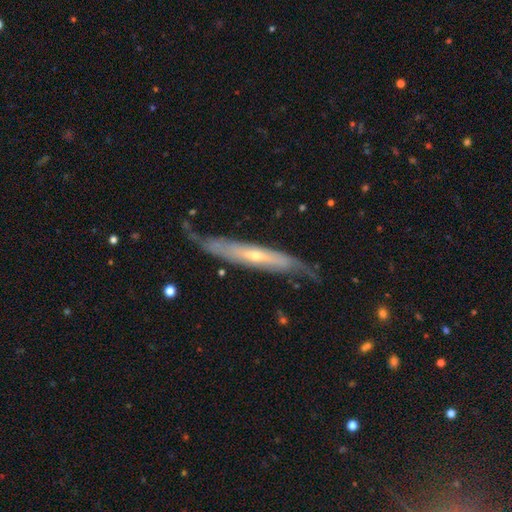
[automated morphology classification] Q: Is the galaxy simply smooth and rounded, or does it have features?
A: featured or disk — 76%.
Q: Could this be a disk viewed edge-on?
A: yes — 67%.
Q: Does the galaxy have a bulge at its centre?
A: rounded — 62%.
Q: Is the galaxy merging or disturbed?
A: none — 66%.